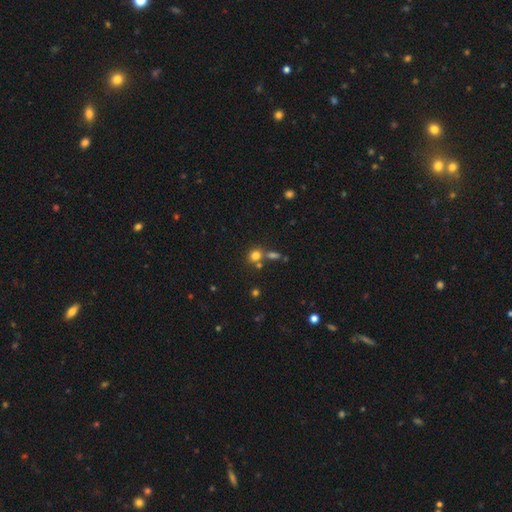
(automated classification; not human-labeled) This appears to be a smooth galaxy with no disk features (76%) that is round (74%). Merging: none (59%).